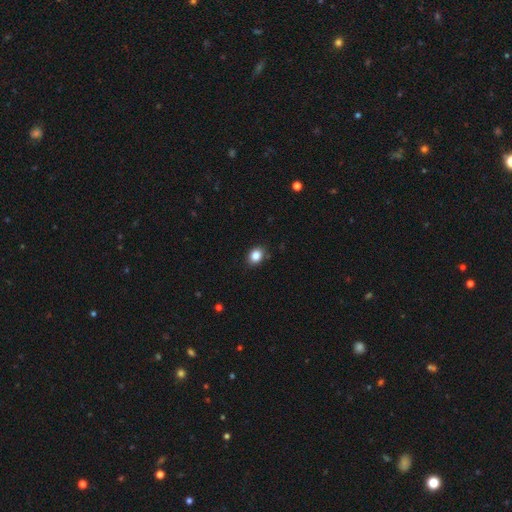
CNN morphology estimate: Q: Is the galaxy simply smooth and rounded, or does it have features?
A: smooth — 86%.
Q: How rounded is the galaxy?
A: in between — 54%.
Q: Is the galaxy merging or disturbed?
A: none — 86%.